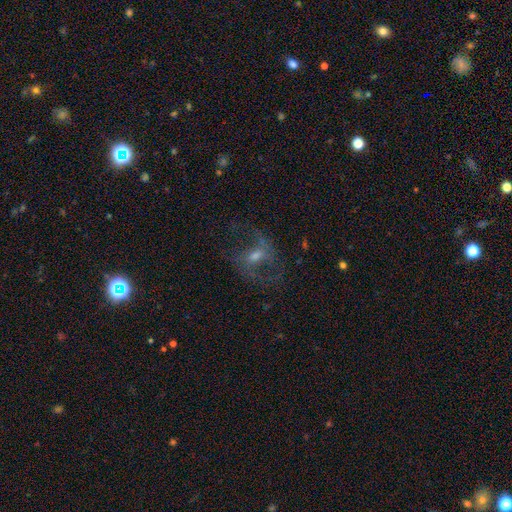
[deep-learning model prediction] smooth_or_featured: featured or disk (p=0.71) [alt: smooth p=0.16]
disk_edge_on: no (p=0.96) [alt: yes p=0.04]
bar: weak (p=0.47) [alt: no p=0.37]
has_spiral_arms: yes (p=0.80) [alt: no p=0.20]
spiral_winding: loose (p=0.47) [alt: medium p=0.43]
spiral_arm_count: 2 (p=0.80) [alt: can't tell p=0.11]
bulge_size: moderate (p=0.53) [alt: small p=0.34]
merging: none (p=0.61) [alt: major disturbance p=0.21]